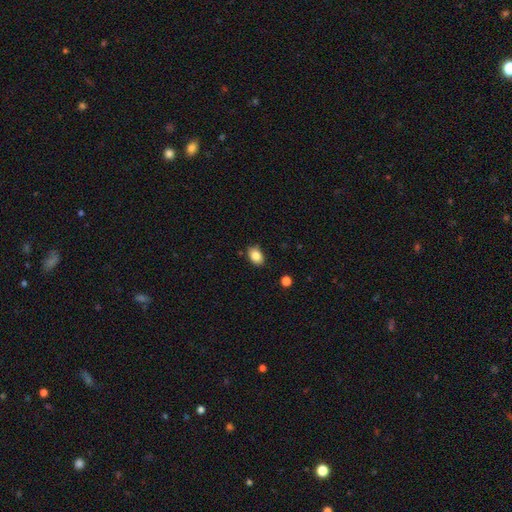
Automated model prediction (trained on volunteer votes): smooth 85%, star or artifact 9%, featured or disk 7%. Down the decision tree: how rounded — in between (81%); merging — none (82%).